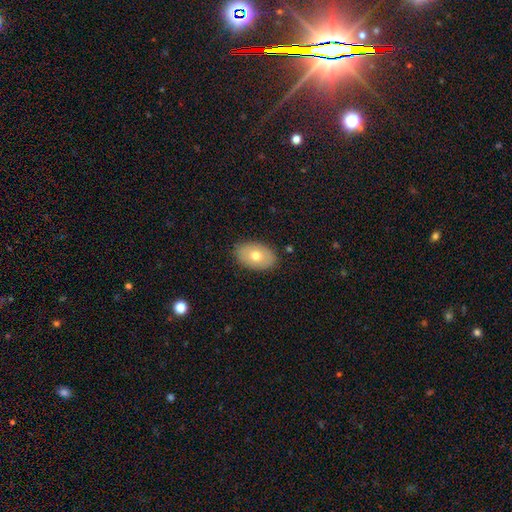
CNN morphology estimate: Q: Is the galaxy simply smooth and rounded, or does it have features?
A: smooth — 69%.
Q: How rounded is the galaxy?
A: in between — 89%.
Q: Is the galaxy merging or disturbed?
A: none — 86%.